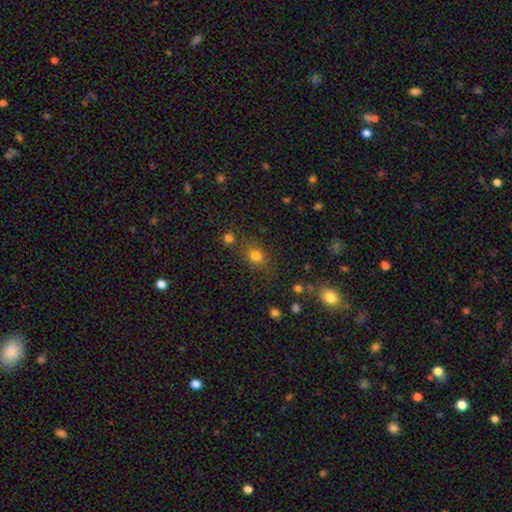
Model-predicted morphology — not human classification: A smooth galaxy with no disk features (78%) that is in between round and cigar-shaped (51%). Merging: none (72%).